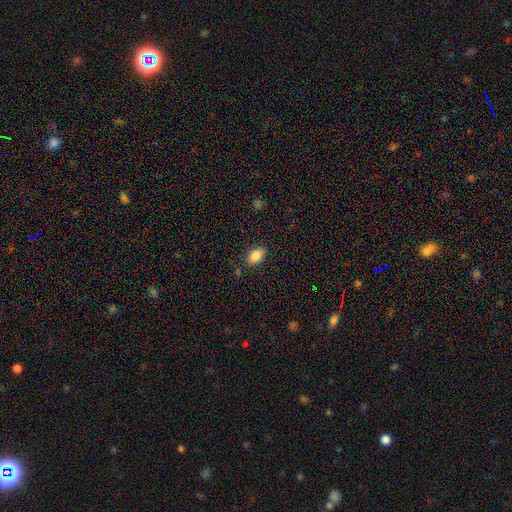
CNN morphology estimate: smooth_or_featured: smooth (p=0.86) [alt: star or artifact p=0.09]
how_rounded: in between (p=0.85) [alt: round p=0.13]
merging: none (p=0.85) [alt: minor disturbance p=0.10]